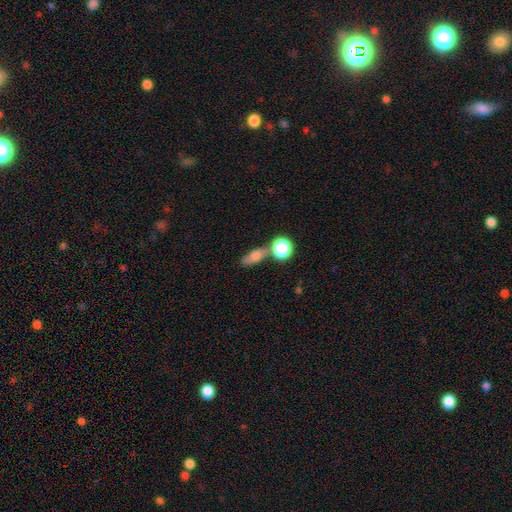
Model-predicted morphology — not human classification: smooth-or-featured: smooth: 68% | featured or disk: 19% | star or artifact: 13%
  how-rounded: in between: 60% | cigar-shaped: 21% | round: 19%
  merging: none: 59% | merger: 21% | minor disturbance: 14% | major disturbance: 5%